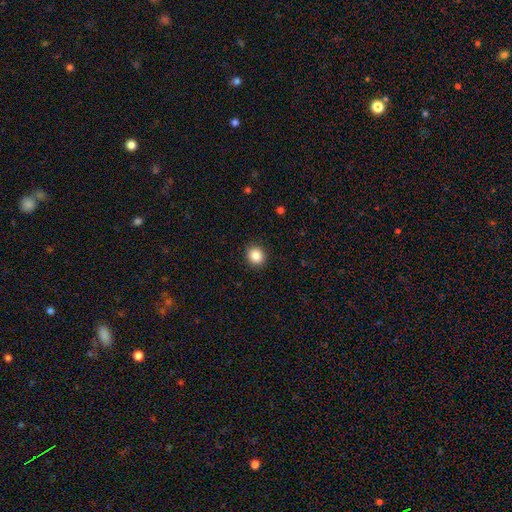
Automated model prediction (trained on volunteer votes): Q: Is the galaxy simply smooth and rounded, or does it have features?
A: smooth — 87%.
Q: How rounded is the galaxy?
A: round — 79%.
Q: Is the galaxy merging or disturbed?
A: none — 91%.